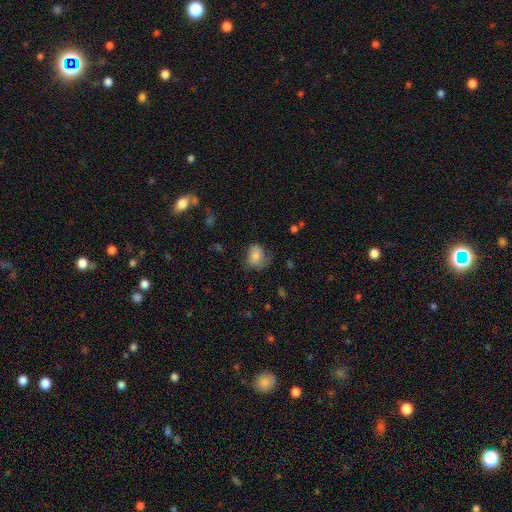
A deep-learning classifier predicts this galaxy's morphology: Overall: smooth (75%). How rounded: in between (50%; round 49%). Merging: none (48%; minor disturbance 31%).